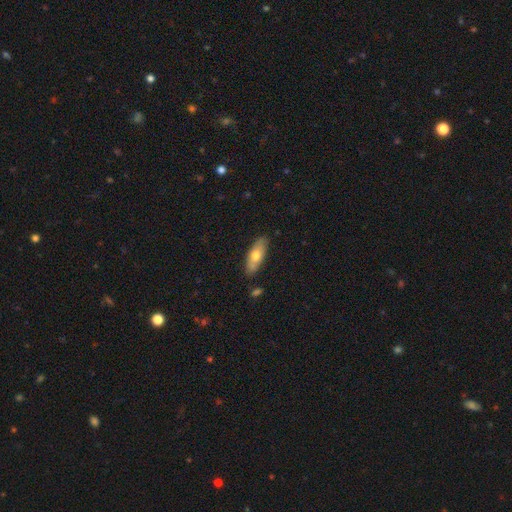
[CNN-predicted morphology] Smooth or featured? Predicted: smooth (p=0.63). How rounded? Predicted: in between (p=0.66). Merging? Predicted: none (p=0.82).